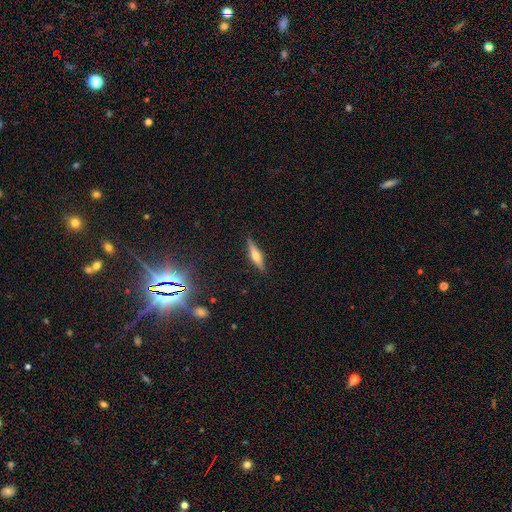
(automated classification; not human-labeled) Morphology: type=featured or disk (55%); edge-on=yes (95%); edge-on bulge=rounded (90%); merging=none (87%).